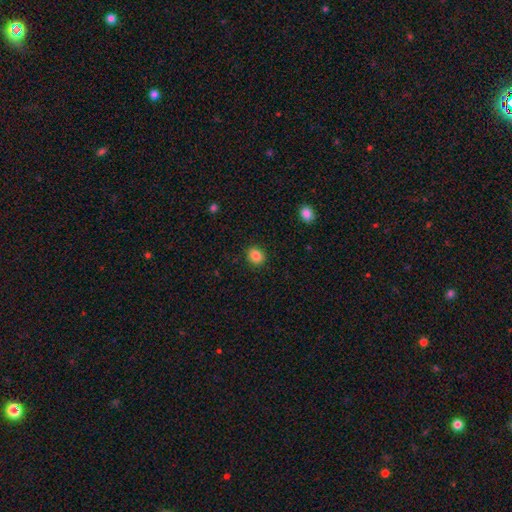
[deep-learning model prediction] smooth 86%, star or artifact 10%, featured or disk 4%. Down the decision tree: how rounded — round (74%); merging — none (90%).